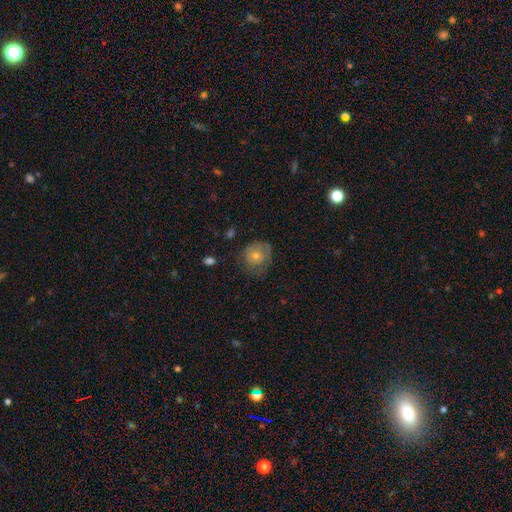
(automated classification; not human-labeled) This appears to be a smooth galaxy with no disk features (51%) that is round (80%). Merging: none (67%).